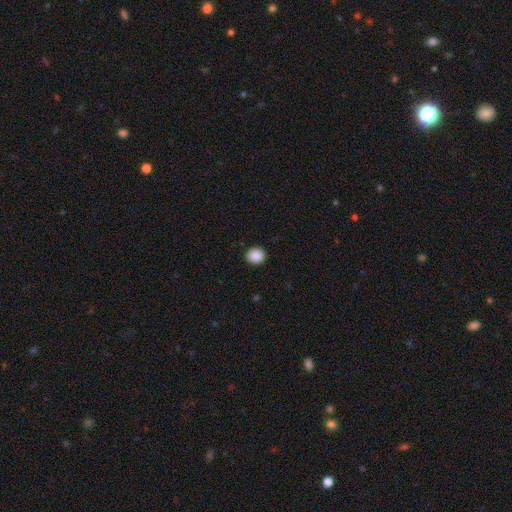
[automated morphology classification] A smooth galaxy with no disk features (89%) that is round (84%).

Vote fractions:
- Smooth or featured? smooth: 89% / star or artifact: 9% / featured or disk: 2%
- How rounded? round: 84% / in between: 15% / cigar-shaped: 1%
- Merging? none: 92% / minor disturbance: 6% / major disturbance: 2% / merger: 1%